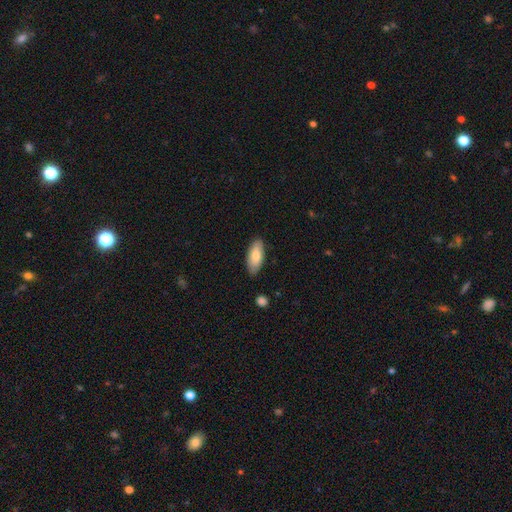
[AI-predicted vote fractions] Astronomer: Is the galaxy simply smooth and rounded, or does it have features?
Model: smooth — 75%.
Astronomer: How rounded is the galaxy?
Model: in between — 83%.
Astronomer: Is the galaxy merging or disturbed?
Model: none — 85%.